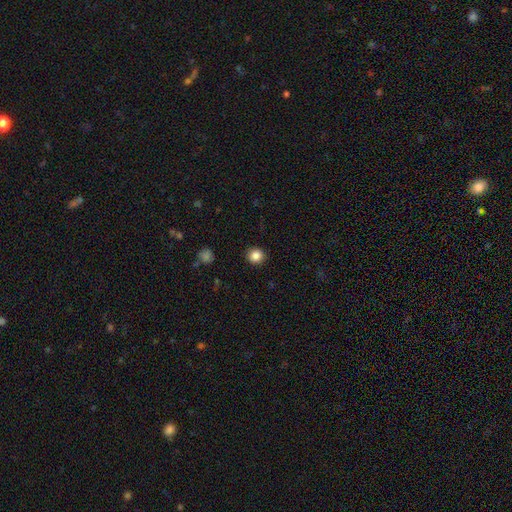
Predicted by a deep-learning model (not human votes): Smooth or featured? Predicted: smooth (p=0.86). How rounded? Predicted: round (p=0.89). Merging? Predicted: none (p=0.91).